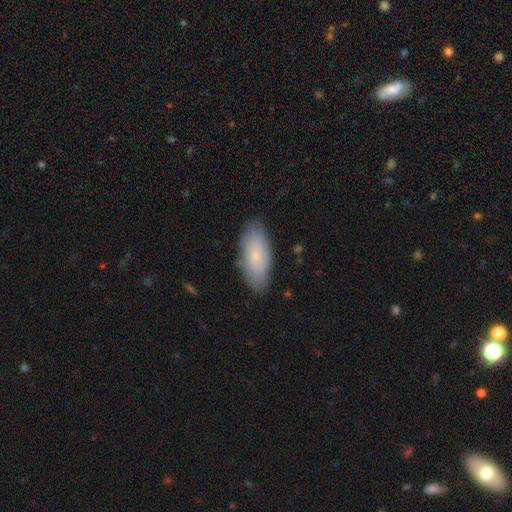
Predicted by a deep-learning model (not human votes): Smooth or featured: smooth — 66% (featured or disk — 27%)
How rounded: in between — 82% (cigar-shaped — 16%)
Merging: none — 83% (minor disturbance — 13%)